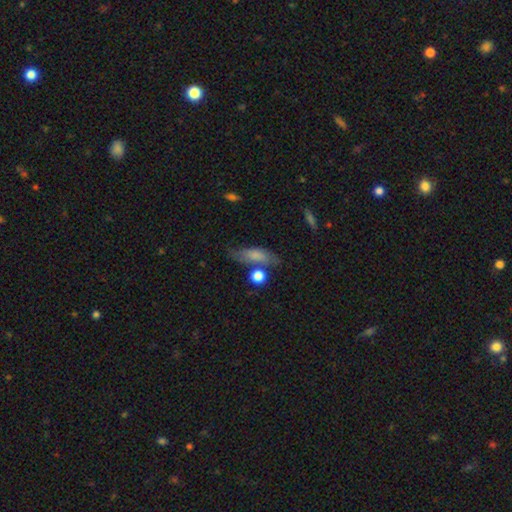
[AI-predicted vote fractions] smooth-or-featured: smooth: 72% | featured or disk: 20% | star or artifact: 8%
  how-rounded: in between: 61% | cigar-shaped: 29% | round: 10%
  merging: none: 56% | minor disturbance: 22% | merger: 14% | major disturbance: 9%